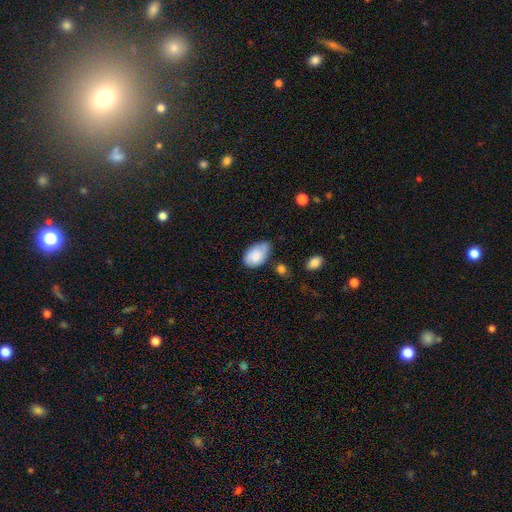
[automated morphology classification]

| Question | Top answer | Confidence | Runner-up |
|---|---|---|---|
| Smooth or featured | smooth | 80% | featured or disk (13%) |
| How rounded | in between | 91% | round (8%) |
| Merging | none | 49% | minor disturbance (38%) |